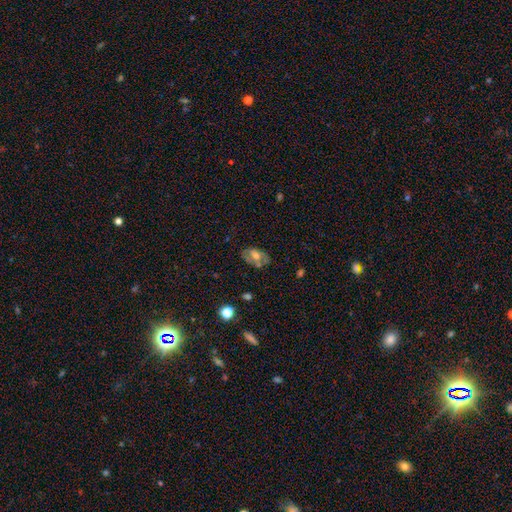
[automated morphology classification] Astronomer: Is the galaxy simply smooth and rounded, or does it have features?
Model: featured or disk — 51% (runner-up: smooth, 40%).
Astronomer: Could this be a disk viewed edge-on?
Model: no — 92%.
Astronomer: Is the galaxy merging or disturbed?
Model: none — 65%.